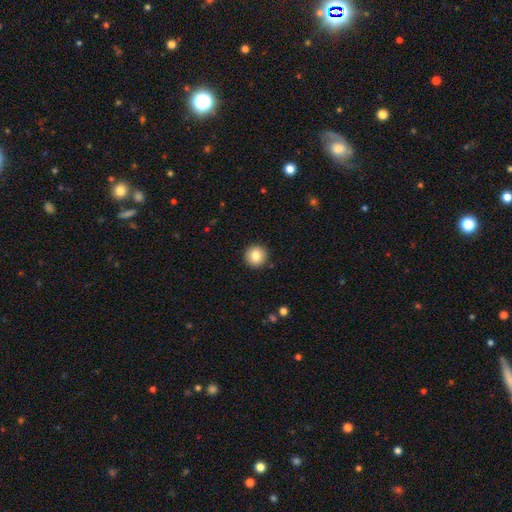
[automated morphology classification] A smooth galaxy with no disk features (84%) that is round (93%).

Vote fractions:
- Smooth or featured? smooth: 84% / star or artifact: 9% / featured or disk: 7%
- How rounded? round: 93% / in between: 6% / cigar-shaped: 1%
- Merging? none: 91% / minor disturbance: 6% / major disturbance: 2% / merger: 1%